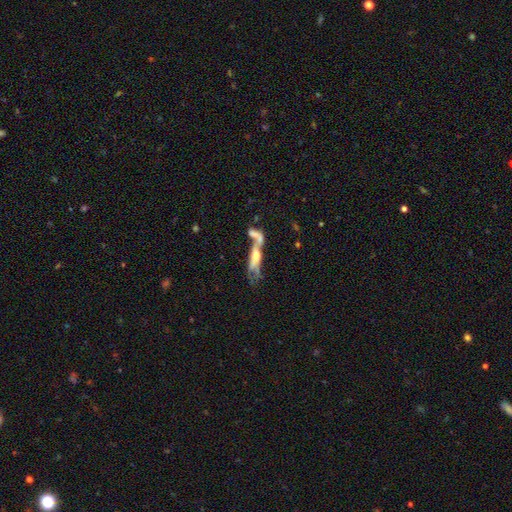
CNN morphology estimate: A featured or disk galaxy (58%).

Vote fractions:
- Smooth or featured? featured or disk: 58% / smooth: 33% / star or artifact: 9%
- Edge-on disk? no: 53% / yes: 47%
- Merging? merger: 53% / none: 19% / major disturbance: 17% / minor disturbance: 11%